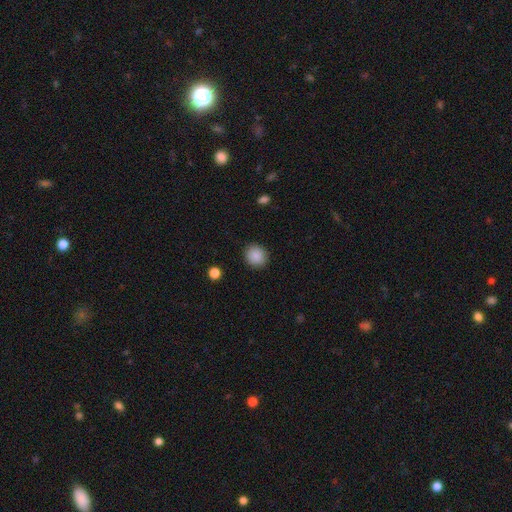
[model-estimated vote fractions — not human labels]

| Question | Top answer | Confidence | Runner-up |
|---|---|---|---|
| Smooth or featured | smooth | 88% | star or artifact (8%) |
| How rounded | round | 84% | in between (15%) |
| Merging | none | 91% | minor disturbance (6%) |